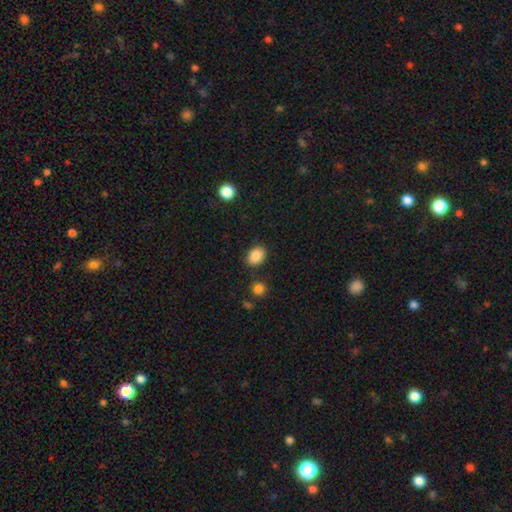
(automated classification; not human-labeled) A smooth galaxy with no disk features (88%) that is in between round and cigar-shaped (67%).

Vote fractions:
- Smooth or featured? smooth: 88% / star or artifact: 8% / featured or disk: 4%
- How rounded? in between: 67% / round: 32% / cigar-shaped: 1%
- Merging? none: 84% / minor disturbance: 10% / merger: 3% / major disturbance: 3%